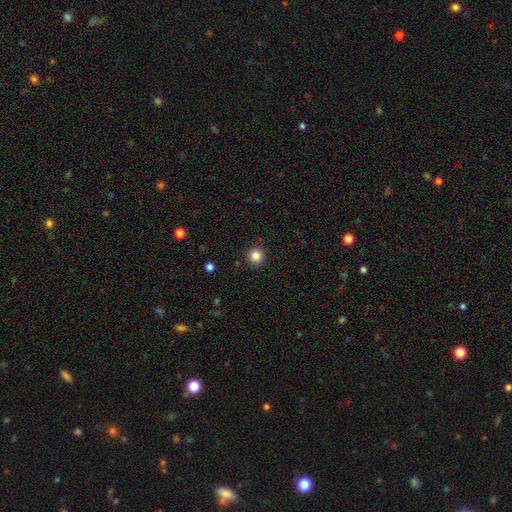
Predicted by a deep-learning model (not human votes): smooth_or_featured: smooth (p=0.85) [alt: star or artifact p=0.11]
how_rounded: round (p=0.95) [alt: in between p=0.04]
merging: none (p=0.92) [alt: minor disturbance p=0.05]